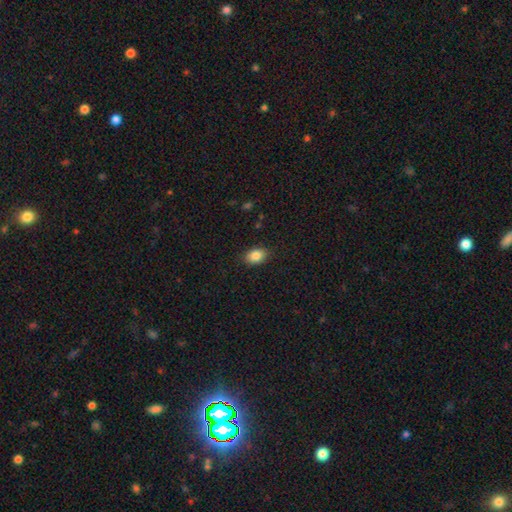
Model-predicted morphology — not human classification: Q: Smooth or featured?
A: smooth (86%); runner-up: star or artifact (8%)
Q: How rounded?
A: in between (85%); runner-up: round (14%)
Q: Merging?
A: none (87%); runner-up: minor disturbance (9%)